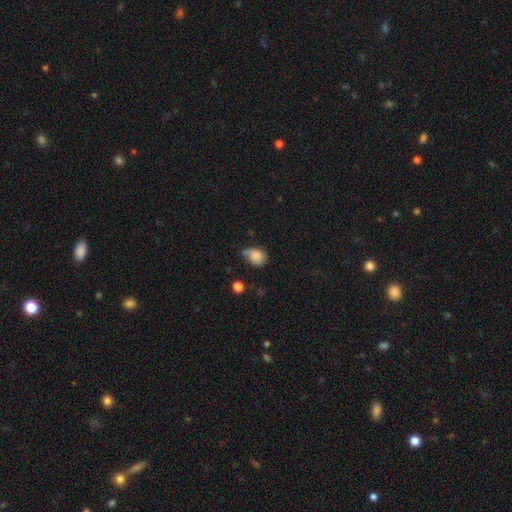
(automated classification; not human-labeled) Smooth or featured? Predicted: smooth (p=0.79). How rounded? Predicted: in between (p=0.50). Merging? Predicted: minor disturbance (p=0.41).